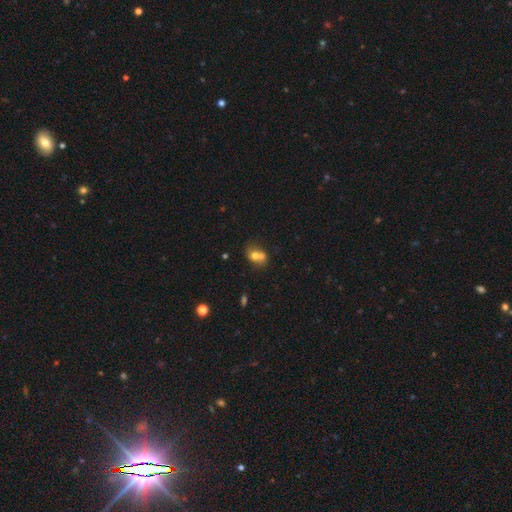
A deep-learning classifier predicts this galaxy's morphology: type=smooth (68%); roundness=round (55%); merging=merger (58%).